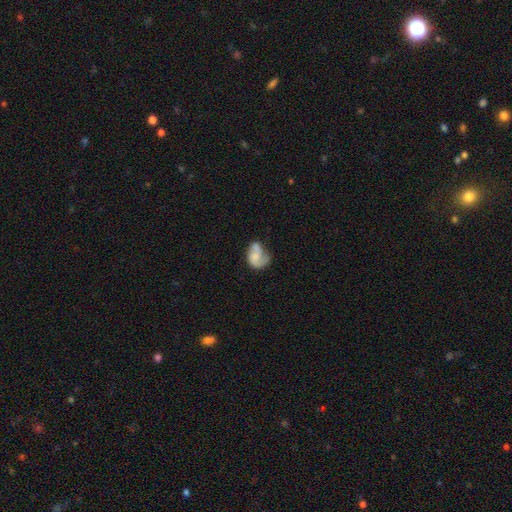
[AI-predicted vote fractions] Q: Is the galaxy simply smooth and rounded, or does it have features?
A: featured or disk — 50%.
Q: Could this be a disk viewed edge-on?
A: no — 98%.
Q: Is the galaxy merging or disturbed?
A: none — 34%.